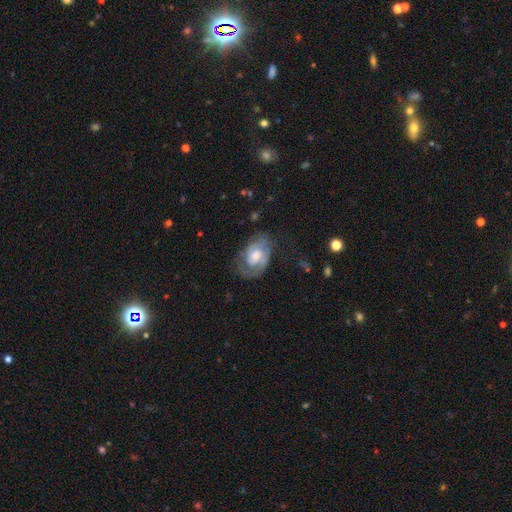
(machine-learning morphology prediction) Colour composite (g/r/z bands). It shows a featured or disk galaxy (69%) with no bar (68%), 2 (47%) tight (48%) spiral arms (84%) and a moderate central bulge (54%). Merging: none (55%).